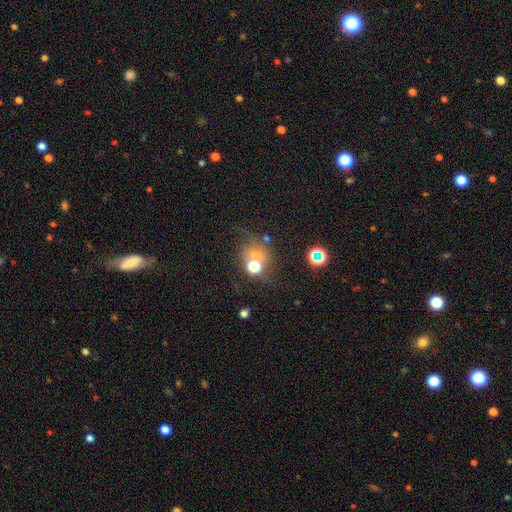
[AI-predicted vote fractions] smooth_or_featured: smooth (p=0.50) [alt: star or artifact p=0.29]
how_rounded: round (p=0.76) [alt: in between p=0.23]
merging: none (p=0.45) [alt: merger p=0.30]